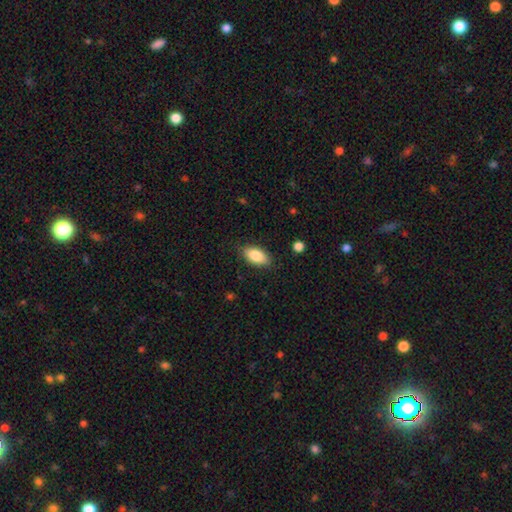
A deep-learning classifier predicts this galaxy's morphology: A smooth galaxy with no disk features (85%) that is in between round and cigar-shaped (91%).

Vote fractions:
- Smooth or featured? smooth: 85% / featured or disk: 8% / star or artifact: 7%
- How rounded? in between: 91% / cigar-shaped: 6% / round: 3%
- Merging? none: 84% / minor disturbance: 13% / major disturbance: 3% / merger: 1%